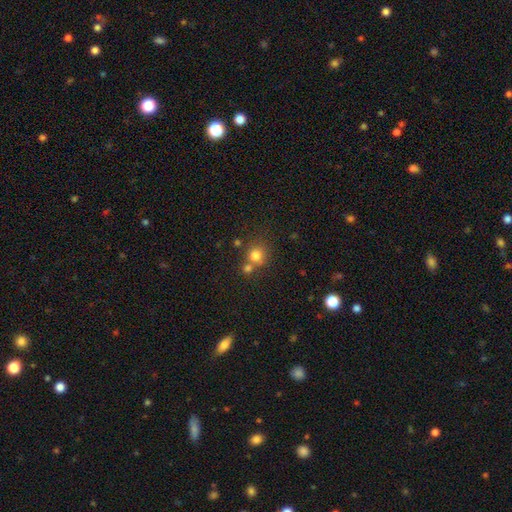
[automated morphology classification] Q: Smooth or featured?
A: smooth (78%); runner-up: star or artifact (14%)
Q: How rounded?
A: round (88%); runner-up: in between (11%)
Q: Merging?
A: none (55%); runner-up: merger (33%)